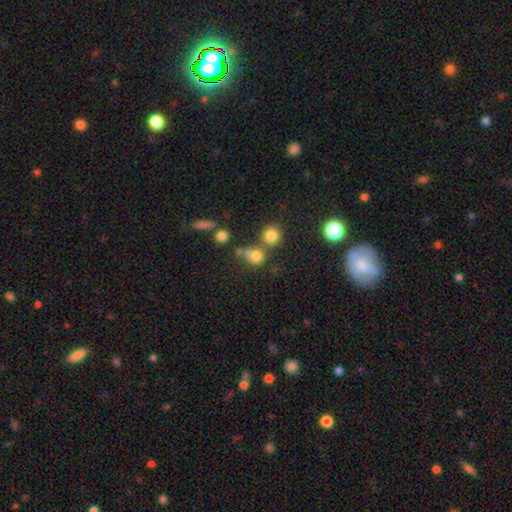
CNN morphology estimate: Smooth or featured? Predicted: smooth (p=0.75). How rounded? Predicted: round (p=0.78). Merging? Predicted: none (p=0.50).